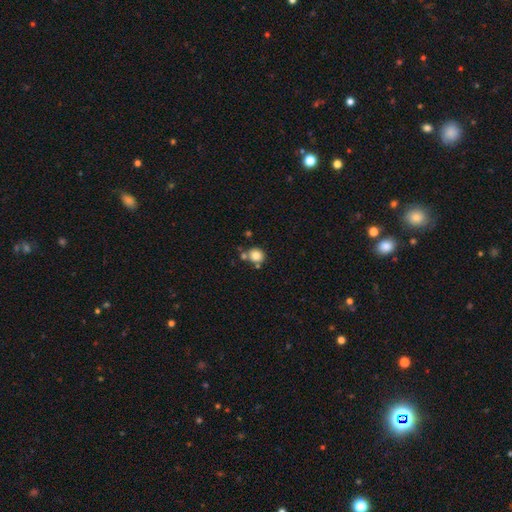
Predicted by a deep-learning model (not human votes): Overall: smooth (83%). How rounded: round (82%). Merging: none (65%).